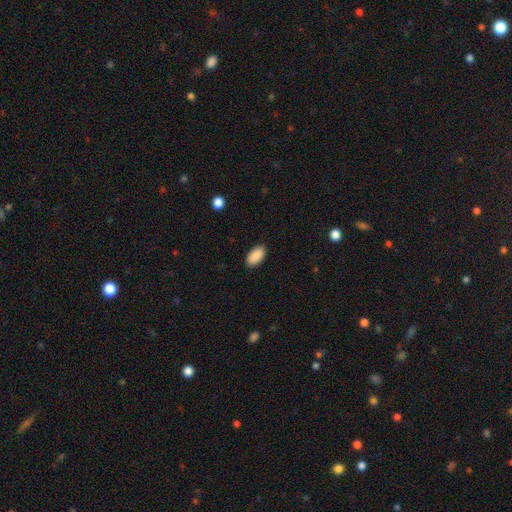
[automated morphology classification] Smooth or featured?
  - smooth: 90% *
  - star or artifact: 7%
  - featured or disk: 3%
How rounded?
  - in between: 95% *
  - round: 3%
  - cigar-shaped: 2%
Merging?
  - none: 88% *
  - minor disturbance: 9%
  - major disturbance: 2%
  - merger: 1%